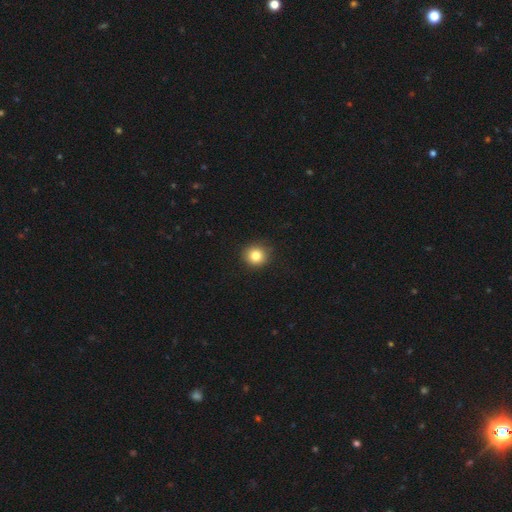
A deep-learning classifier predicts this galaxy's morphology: Q: Smooth or featured?
A: smooth (83%); runner-up: star or artifact (11%)
Q: How rounded?
A: round (90%); runner-up: in between (9%)
Q: Merging?
A: none (88%); runner-up: minor disturbance (9%)